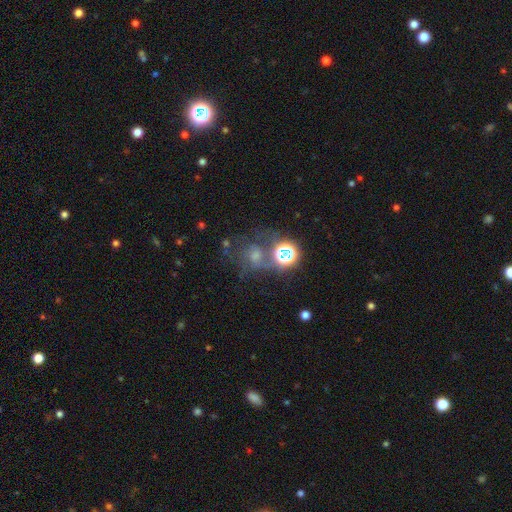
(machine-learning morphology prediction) Overall: smooth (39%; featured or disk 32%). Merging: none (43%; major disturbance 23%).